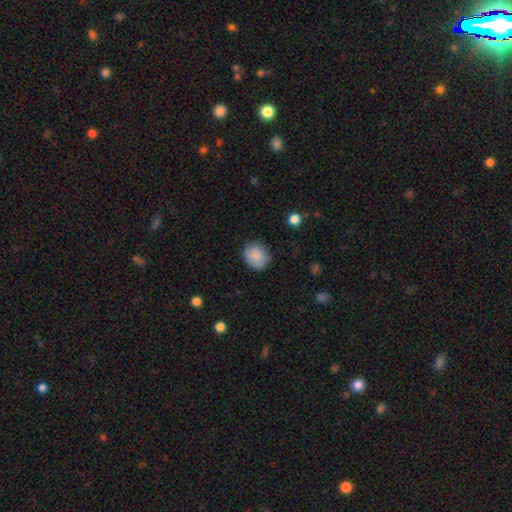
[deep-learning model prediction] This appears to be a smooth galaxy with no disk features (87%) that is round (65%). Merging: none (81%).